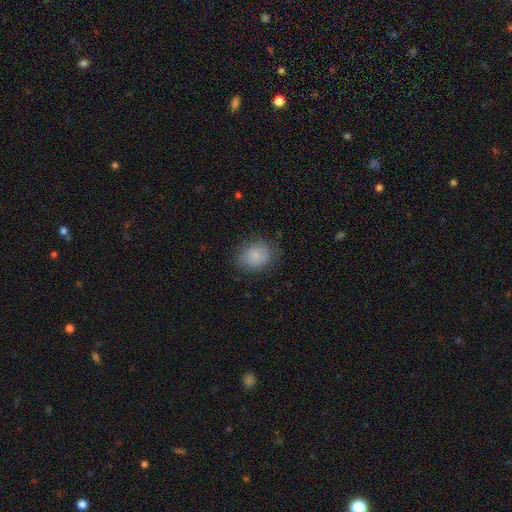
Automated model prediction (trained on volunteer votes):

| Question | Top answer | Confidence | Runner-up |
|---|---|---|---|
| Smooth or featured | smooth | 81% | featured or disk (11%) |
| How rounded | round | 60% | in between (39%) |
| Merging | none | 73% | minor disturbance (20%) |